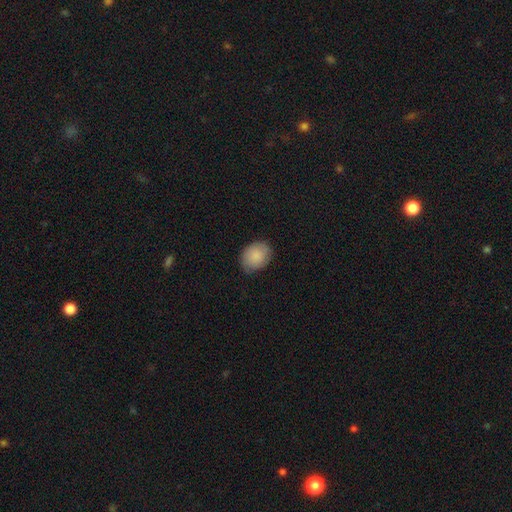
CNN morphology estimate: This appears to be a smooth galaxy with no disk features (87%) that is in between round and cigar-shaped (65%). Merging: none (78%).